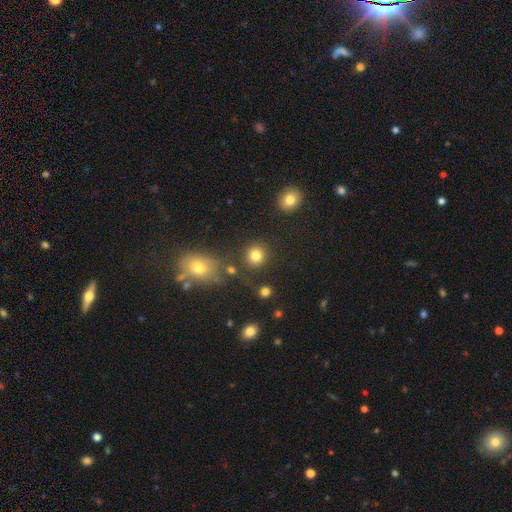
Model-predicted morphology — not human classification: Smooth or featured: smooth — 82% (star or artifact — 13%)
How rounded: round — 88% (in between — 11%)
Merging: none — 83% (minor disturbance — 8%)